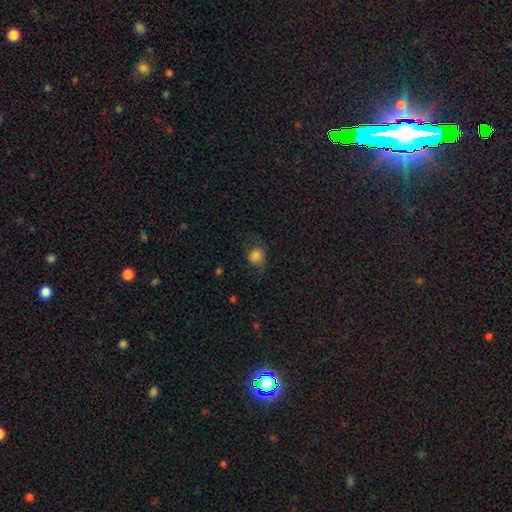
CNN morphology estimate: Overall: smooth (74%). How rounded: round (75%). Merging: none (58%; minor disturbance 24%).